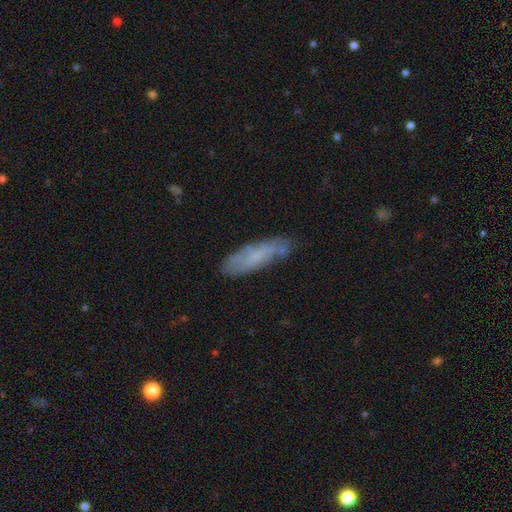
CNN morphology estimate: The model was most divided on "smooth or featured": smooth: 54%, featured or disk: 38%, star or artifact: 8%. More confident: merging — none (68%); how rounded — cigar-shaped (61%).